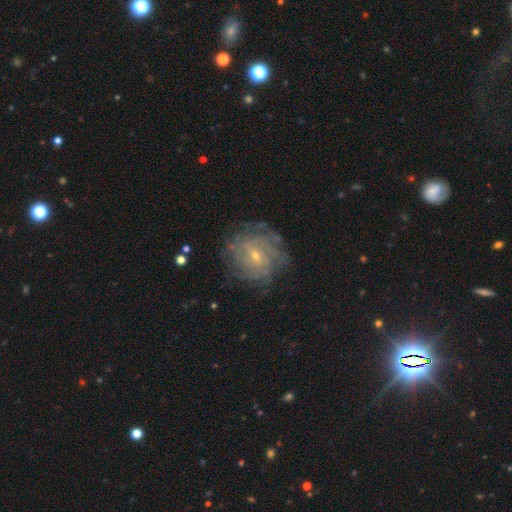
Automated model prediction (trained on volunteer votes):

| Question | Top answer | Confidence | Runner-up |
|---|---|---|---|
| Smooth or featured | featured or disk | 75% | smooth (15%) |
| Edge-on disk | no | 96% | yes (4%) |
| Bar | weak | 49% | no (42%) |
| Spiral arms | yes | 84% | no (16%) |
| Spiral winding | tight | 62% | medium (28%) |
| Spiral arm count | can't tell | 56% | 4 (14%) |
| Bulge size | small | 73% | moderate (23%) |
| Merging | none | 73% | minor disturbance (16%) |